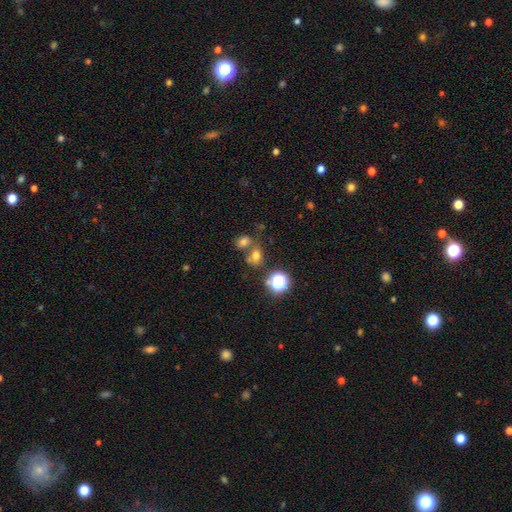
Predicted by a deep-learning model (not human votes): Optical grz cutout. It shows a smooth galaxy with no disk features (66%) that is in between round and cigar-shaped (54%). Merging: none (50%).